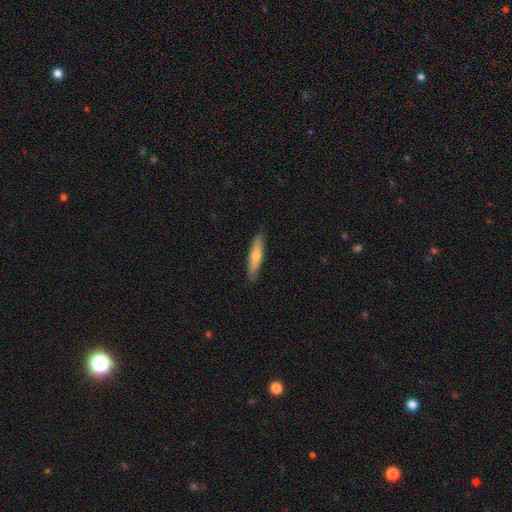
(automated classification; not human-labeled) Q: Smooth or featured?
A: smooth (59%); runner-up: featured or disk (35%)
Q: How rounded?
A: cigar-shaped (86%); runner-up: in between (13%)
Q: Merging?
A: none (89%); runner-up: minor disturbance (8%)